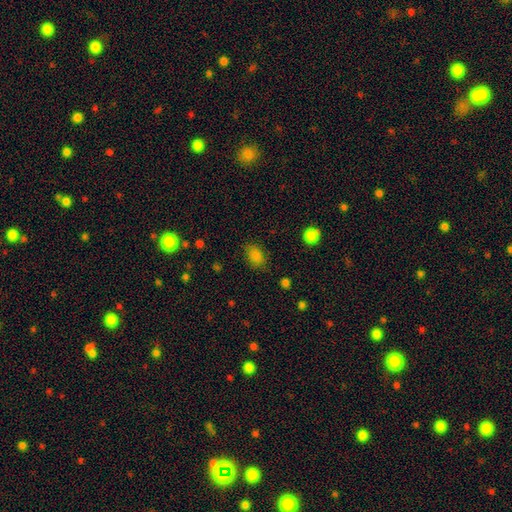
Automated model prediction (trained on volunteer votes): Q: Smooth or featured?
A: smooth (84%); runner-up: star or artifact (12%)
Q: How rounded?
A: in between (79%); runner-up: round (20%)
Q: Merging?
A: none (78%); runner-up: minor disturbance (16%)